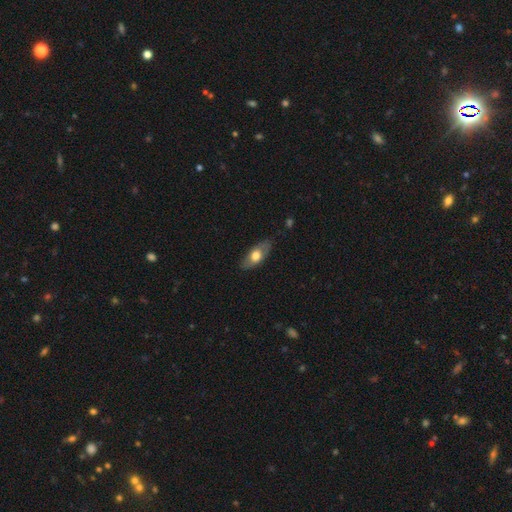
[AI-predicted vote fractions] Morphology: type=smooth (63%); roundness=in between (84%); merging=none (81%).